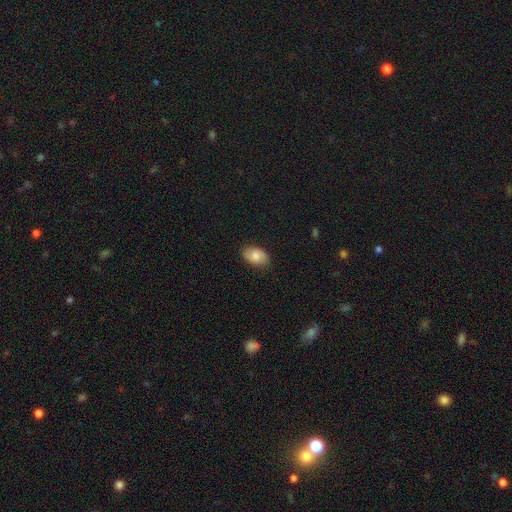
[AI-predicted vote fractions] A smooth galaxy with no disk features (73%) that is in between round and cigar-shaped (89%).

Vote fractions:
- Smooth or featured? smooth: 73% / featured or disk: 20% / star or artifact: 7%
- How rounded? in between: 89% / round: 10% / cigar-shaped: 1%
- Merging? none: 81% / minor disturbance: 15% / major disturbance: 3% / merger: 1%